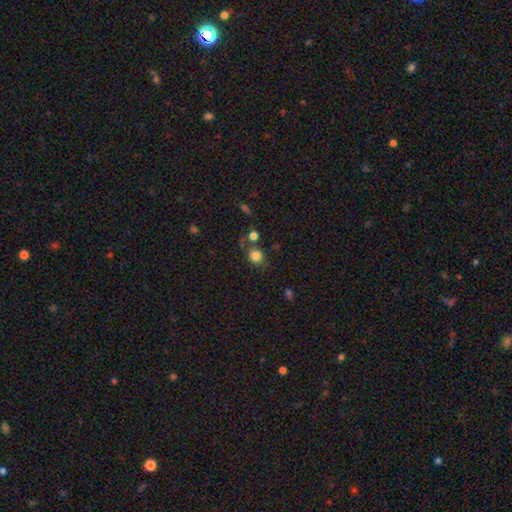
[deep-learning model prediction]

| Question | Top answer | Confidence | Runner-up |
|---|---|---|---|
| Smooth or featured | smooth | 83% | star or artifact (12%) |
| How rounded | round | 78% | in between (21%) |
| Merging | none | 70% | minor disturbance (13%) |